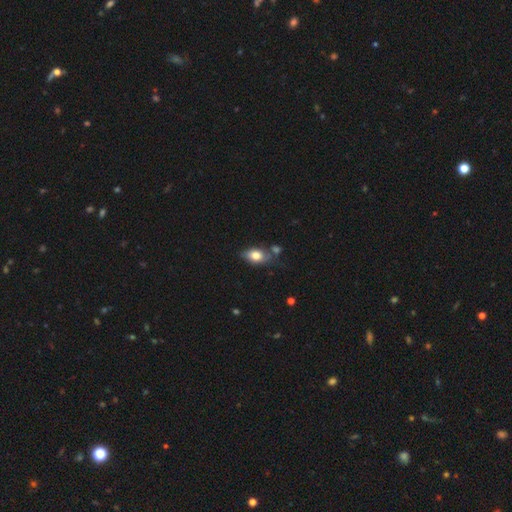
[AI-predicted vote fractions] A smooth galaxy with no disk features (78%) that is in between round and cigar-shaped (86%). Merging: none (59%).